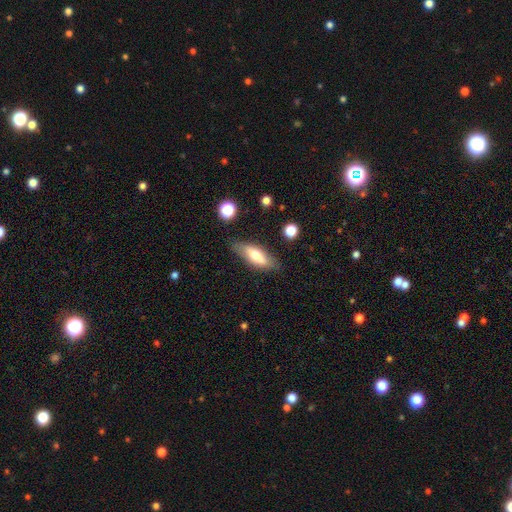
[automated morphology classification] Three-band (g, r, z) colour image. It shows a smooth galaxy with no disk features (62%) that is in between round and cigar-shaped (58%). Merging: none (78%).